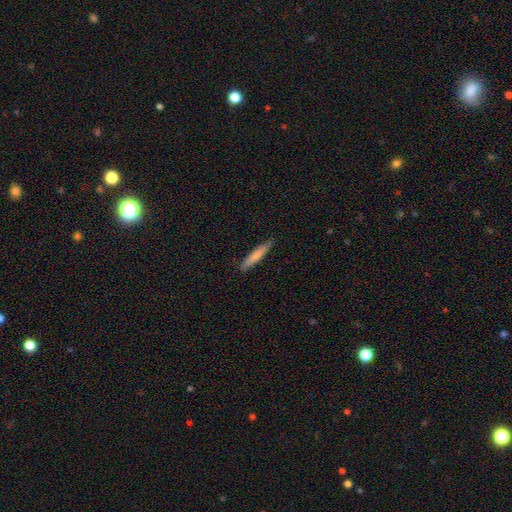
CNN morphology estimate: Smooth or featured: smooth — 76% (featured or disk — 19%)
How rounded: cigar-shaped — 92% (in between — 7%)
Merging: none — 86% (minor disturbance — 11%)